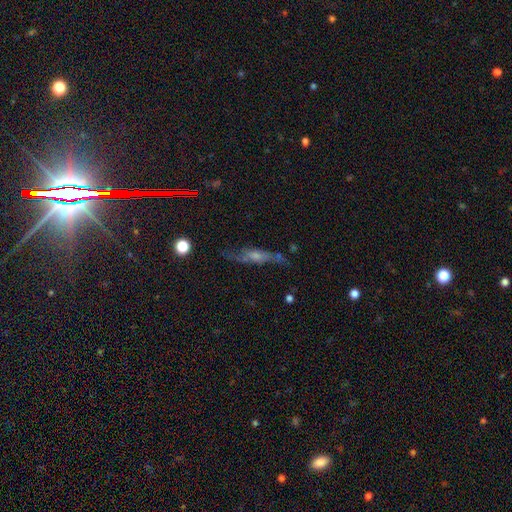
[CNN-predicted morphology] featured or disk 63%, smooth 24%, star or artifact 13%. Down the decision tree: edge-on disk — yes (62%); merging — none (66%).